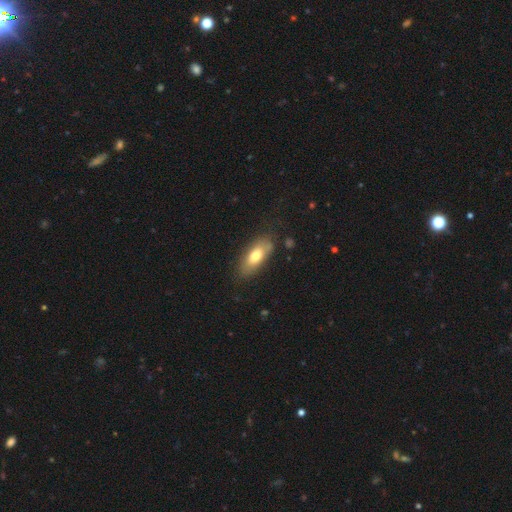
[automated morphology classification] This is likely a smooth galaxy (71%). How rounded: clearly in between (82%). Merging: likely none (76%).